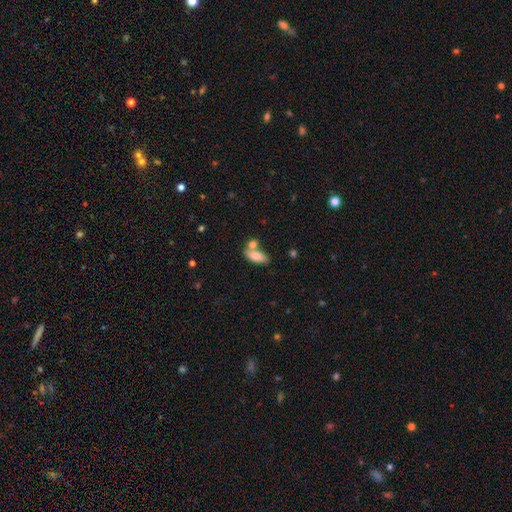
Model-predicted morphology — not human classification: Smooth or featured? Predicted: smooth (p=0.80). How rounded? Predicted: in between (p=0.81). Merging? Predicted: none (p=0.47).